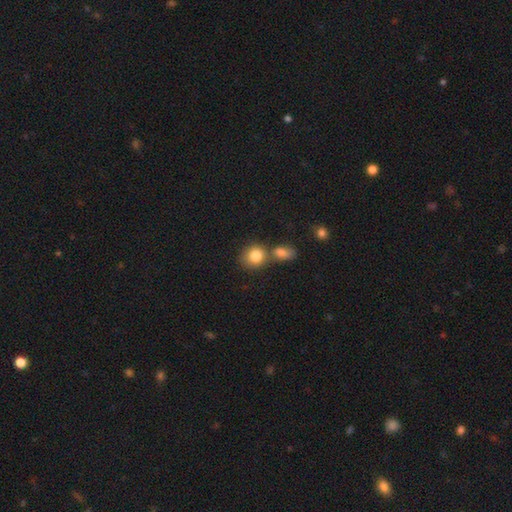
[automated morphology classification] Smooth or featured? smooth (82%)
How rounded? round (76%)
Merging? none (51%)